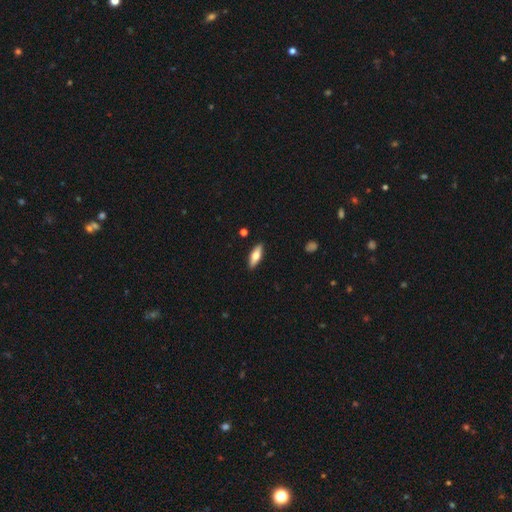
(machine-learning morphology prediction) This is likely a smooth galaxy (60%). How rounded: possibly in between (57%). Merging: clearly none (90%).